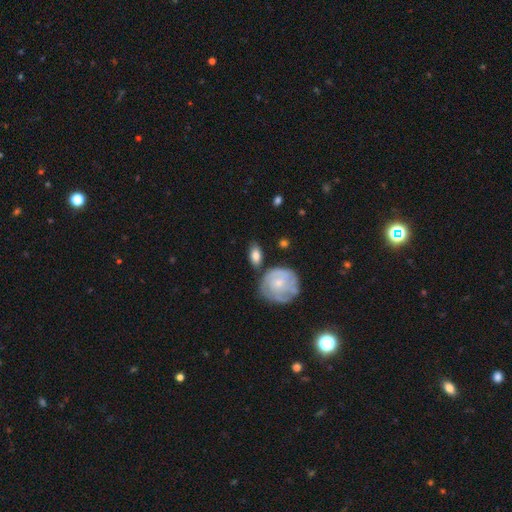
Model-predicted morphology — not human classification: Overall: smooth (68%). How rounded: in between (76%). Merging: none (68%).